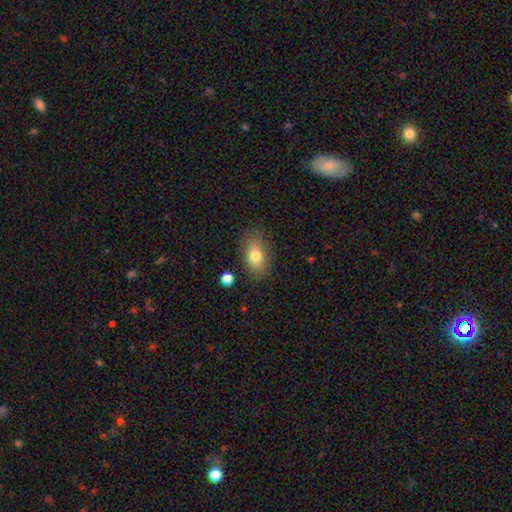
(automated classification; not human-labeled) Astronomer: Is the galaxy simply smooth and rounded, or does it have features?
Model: smooth — 77%.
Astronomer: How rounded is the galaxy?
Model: in between — 85%.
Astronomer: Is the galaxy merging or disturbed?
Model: none — 80%.